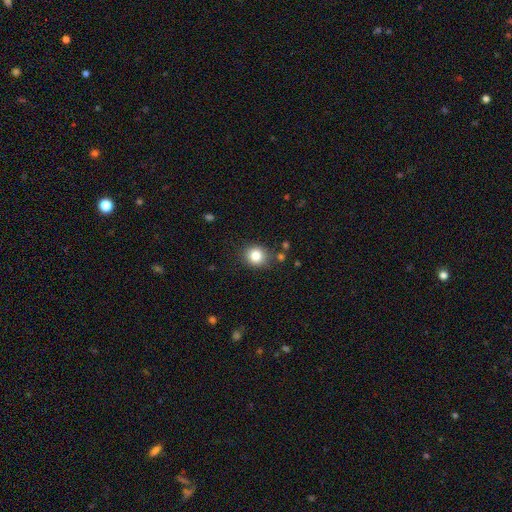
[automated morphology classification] type=smooth (83%); roundness=round (82%); merging=none (83%).